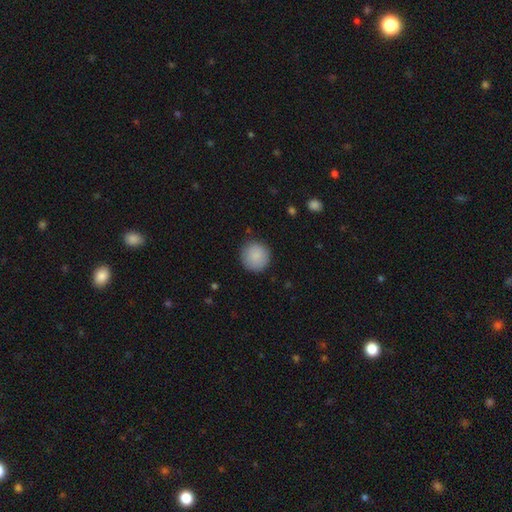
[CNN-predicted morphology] This is clearly a smooth galaxy (89%). How rounded: clearly round (95%). Merging: clearly none (89%).